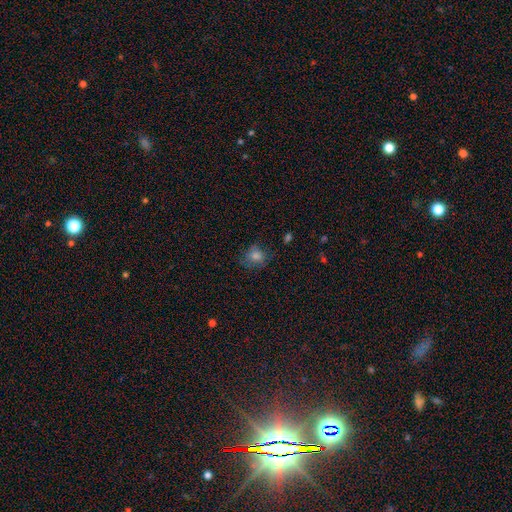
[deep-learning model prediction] This appears to be a smooth galaxy with no disk features (76%) that is round (73%). Merging: none (68%).